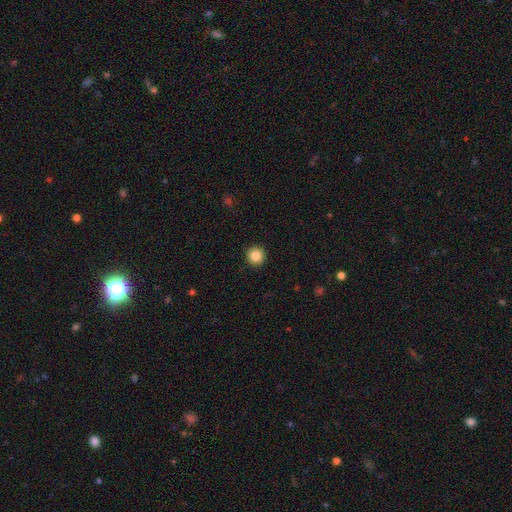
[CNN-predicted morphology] smooth-or-featured: smooth: 87% | star or artifact: 10% | featured or disk: 3%
  how-rounded: round: 95% | in between: 4% | cigar-shaped: 1%
  merging: none: 92% | minor disturbance: 5% | major disturbance: 2% | merger: 1%